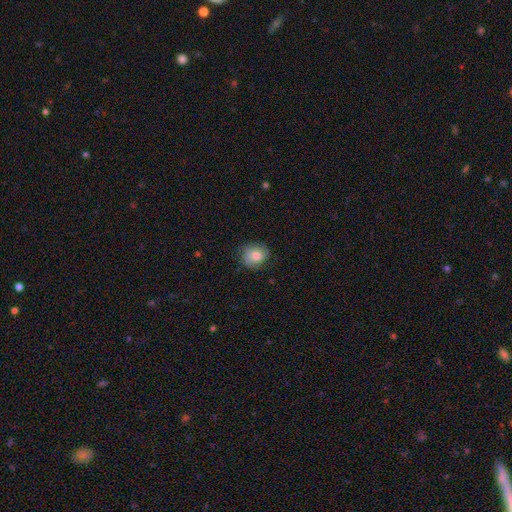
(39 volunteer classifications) Smooth or featured? 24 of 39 (62%) said smooth. How rounded? 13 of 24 (54%) said round. Merging? 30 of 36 (83%) said none.